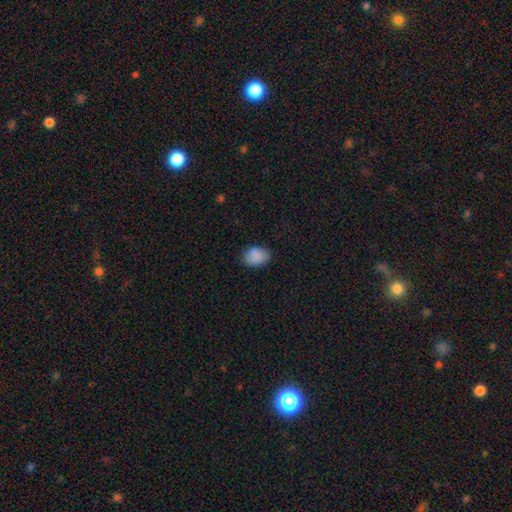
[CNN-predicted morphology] Smooth or featured?
  - smooth: 86% *
  - star or artifact: 8%
  - featured or disk: 6%
How rounded?
  - in between: 75% *
  - round: 24%
  - cigar-shaped: 1%
Merging?
  - none: 77% *
  - minor disturbance: 18%
  - major disturbance: 4%
  - merger: 1%